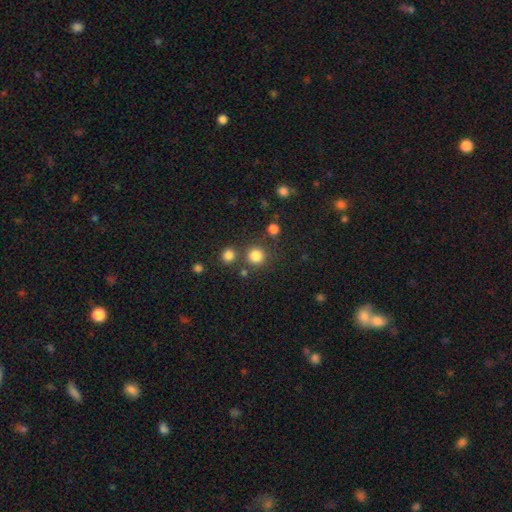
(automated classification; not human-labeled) smooth-or-featured: smooth: 82% | star or artifact: 14% | featured or disk: 4%
  how-rounded: round: 93% | in between: 6% | cigar-shaped: 1%
  merging: none: 78% | merger: 11% | minor disturbance: 8% | major disturbance: 4%